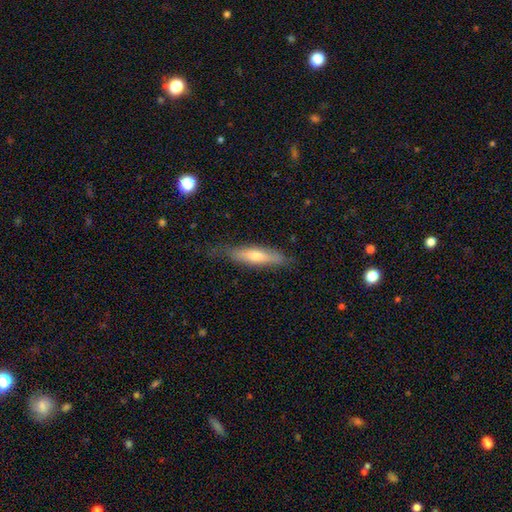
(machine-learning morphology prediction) This appears to be a smooth galaxy with no disk features (56%) that is cigar-shaped (76%). Merging: none (74%).